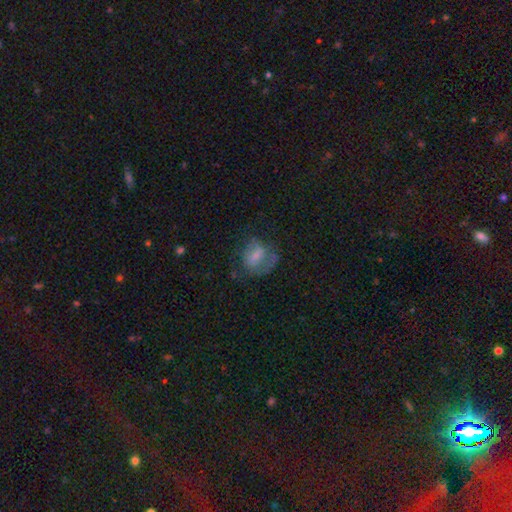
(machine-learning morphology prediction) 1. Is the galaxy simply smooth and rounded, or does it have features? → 52% smooth, 39% featured or disk, 10% star or artifact.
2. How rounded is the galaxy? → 51% in between, 47% round, 2% cigar-shaped.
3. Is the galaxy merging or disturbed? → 41% none, 31% major disturbance, 26% minor disturbance, 3% merger.